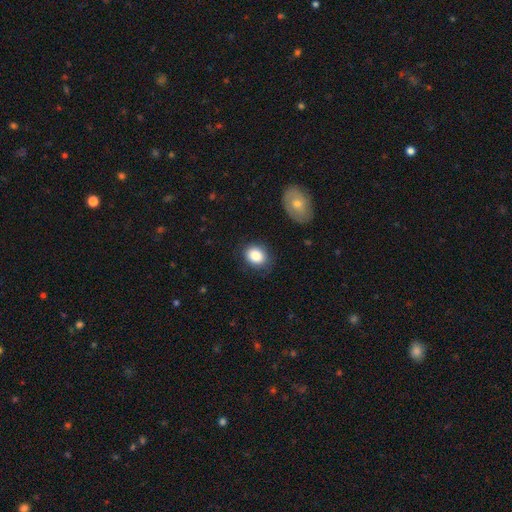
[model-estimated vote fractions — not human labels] smooth-or-featured: smooth: 86% | star or artifact: 8% | featured or disk: 7%
  how-rounded: in between: 50% | round: 49% | cigar-shaped: 1%
  merging: none: 78% | minor disturbance: 16% | major disturbance: 4% | merger: 2%